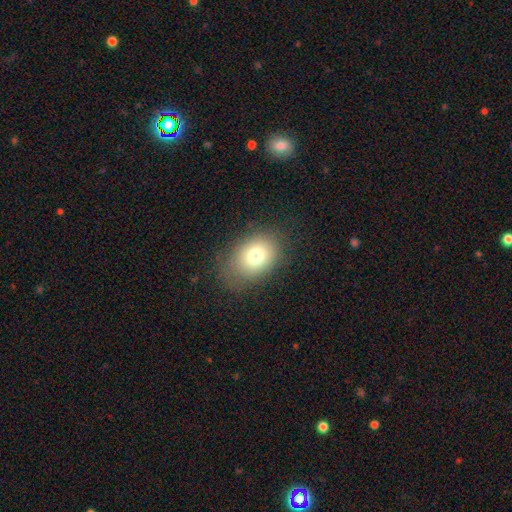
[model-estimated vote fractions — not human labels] This is likely a smooth galaxy (76%). How rounded: likely in between (68%). Merging: likely none (76%).